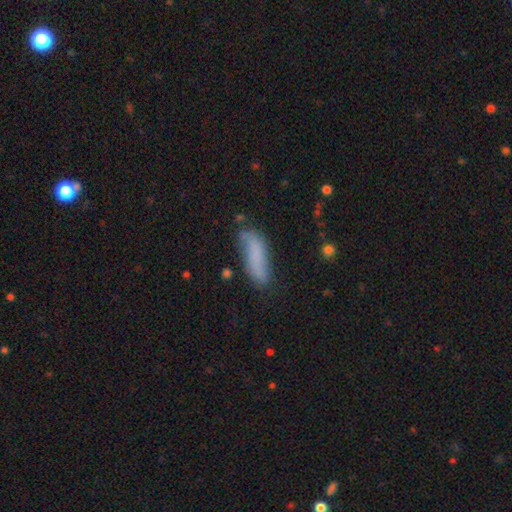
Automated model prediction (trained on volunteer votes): Morphology: type=smooth (72%); roundness=cigar-shaped (49%, tied with in between); merging=none (60%).